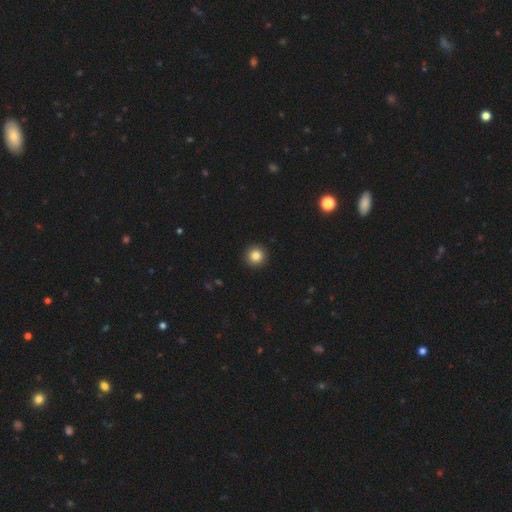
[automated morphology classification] A smooth galaxy with no disk features (85%) that is round (96%).

Vote fractions:
- Smooth or featured? smooth: 85% / star or artifact: 10% / featured or disk: 5%
- How rounded? round: 96% / in between: 3% / cigar-shaped: 1%
- Merging? none: 94% / minor disturbance: 4% / major disturbance: 1% / merger: 1%